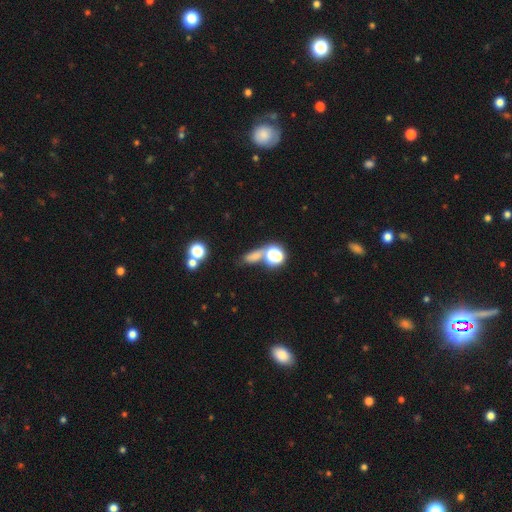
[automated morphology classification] The model was most divided on "how rounded": in between: 46%, round: 33%, cigar-shaped: 21%. More confident: smooth or featured — smooth (62%); merging — none (53%).